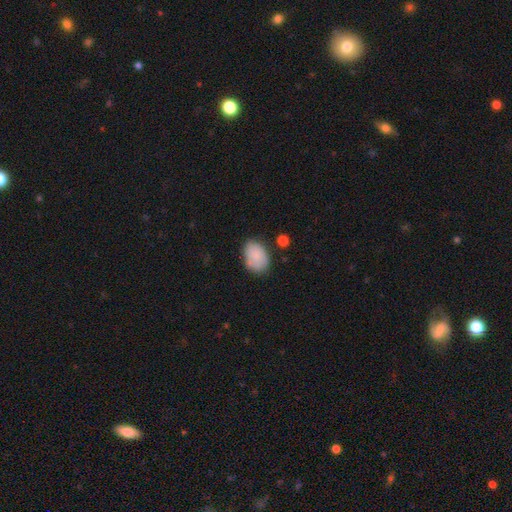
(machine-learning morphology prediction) Overall: smooth (82%). How rounded: in between (84%). Merging: none (66%).